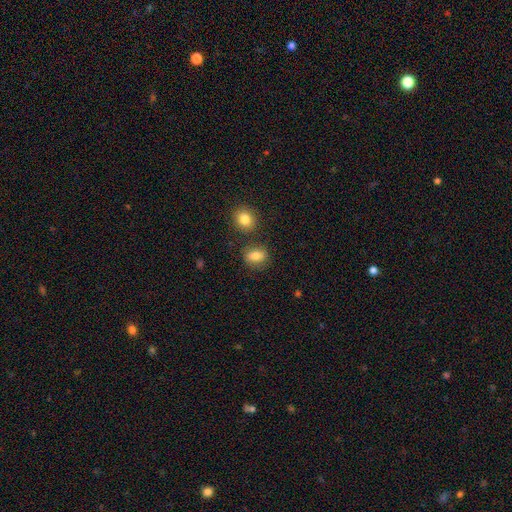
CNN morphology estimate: smooth-or-featured: smooth: 81% | star or artifact: 10% | featured or disk: 9%
  how-rounded: in between: 67% | round: 30% | cigar-shaped: 2%
  merging: none: 76% | minor disturbance: 13% | merger: 7% | major disturbance: 4%